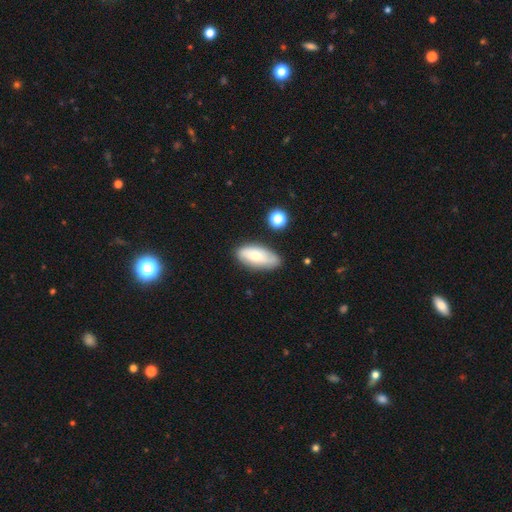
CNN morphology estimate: type=smooth (67%); roundness=in between (85%); merging=none (72%).